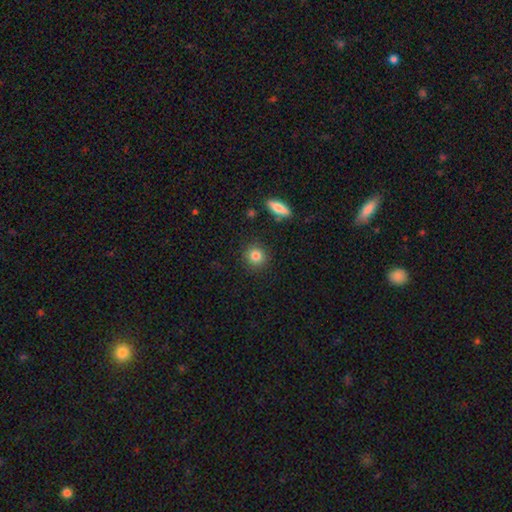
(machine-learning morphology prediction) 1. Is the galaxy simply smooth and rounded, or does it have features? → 84% smooth, 9% star or artifact, 7% featured or disk.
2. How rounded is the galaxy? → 88% round, 11% in between, 1% cigar-shaped.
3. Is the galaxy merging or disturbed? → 89% none, 7% minor disturbance, 2% major disturbance, 2% merger.